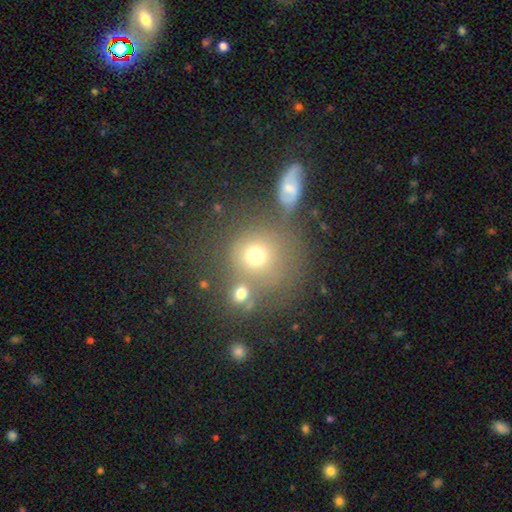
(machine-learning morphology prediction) A smooth galaxy with no disk features (70%) that is round (85%).

Vote fractions:
- Smooth or featured? smooth: 70% / star or artifact: 16% / featured or disk: 14%
- How rounded? round: 85% / in between: 14% / cigar-shaped: 1%
- Merging? none: 54% / merger: 26% / minor disturbance: 12% / major disturbance: 8%